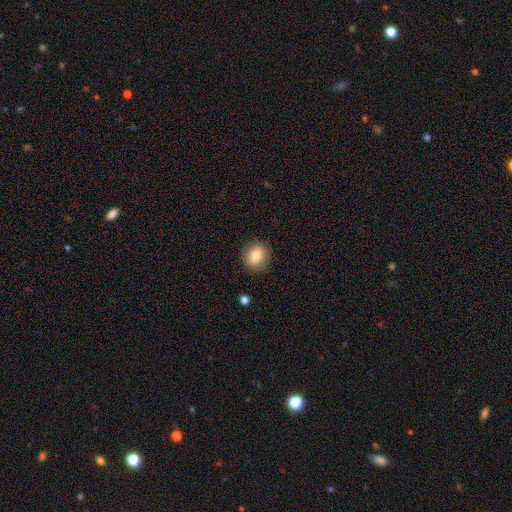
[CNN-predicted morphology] Smooth or featured: smooth — 80% (featured or disk — 10%)
How rounded: round — 82% (in between — 17%)
Merging: none — 88% (minor disturbance — 9%)